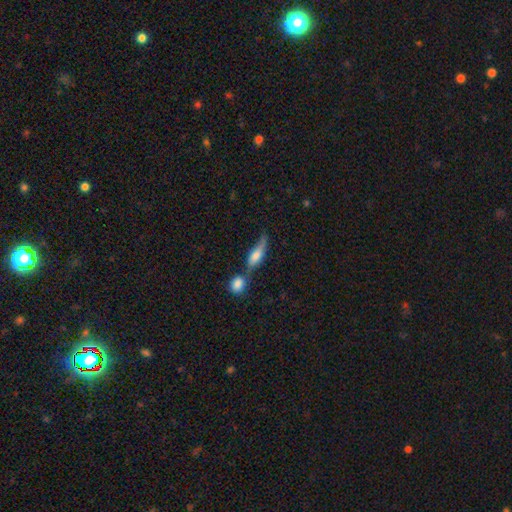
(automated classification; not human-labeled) This is likely a smooth galaxy (63%). How rounded: possibly in between (50%). Merging: marginally merger (36%).